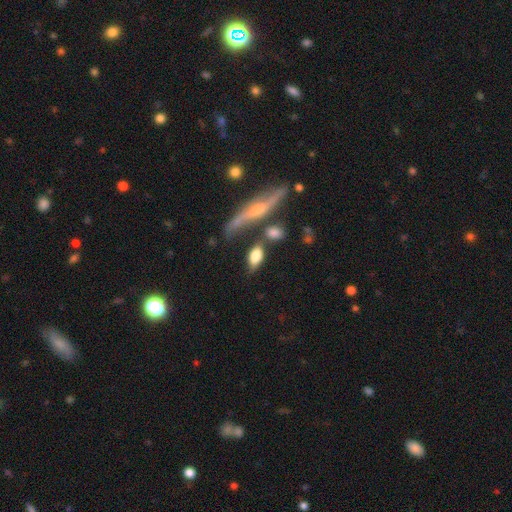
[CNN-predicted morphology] Smooth or featured: smooth — 68% (featured or disk — 25%)
How rounded: in between — 80% (cigar-shaped — 14%)
Merging: none — 53% (merger — 21%)